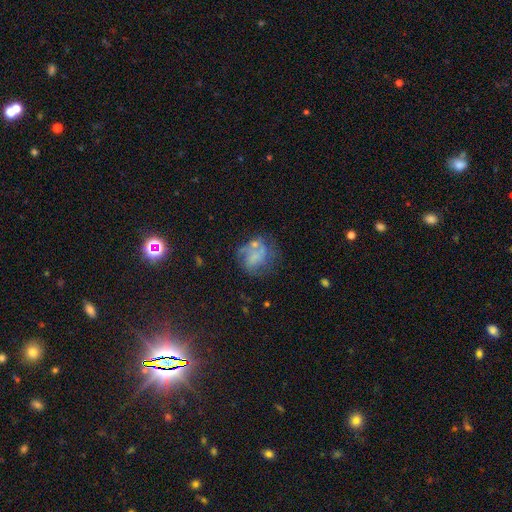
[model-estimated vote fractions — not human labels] A featured or disk galaxy (49%).

Vote fractions:
- Smooth or featured? featured or disk: 49% / smooth: 39% / star or artifact: 12%
- Merging? none: 40% / major disturbance: 27% / minor disturbance: 23% / merger: 11%